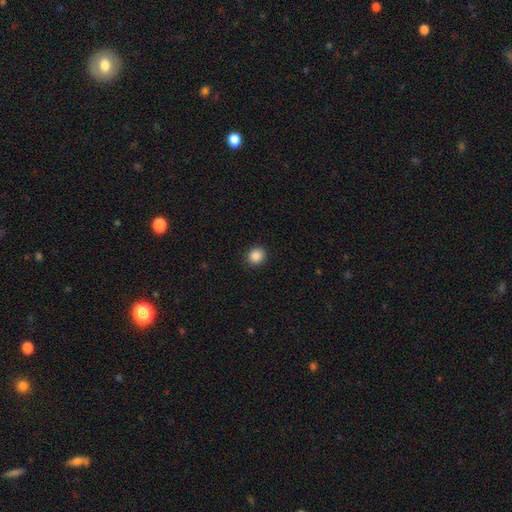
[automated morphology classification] Smooth or featured?
  - smooth: 88% *
  - star or artifact: 9%
  - featured or disk: 3%
How rounded?
  - round: 80% *
  - in between: 20%
  - cigar-shaped: 1%
Merging?
  - none: 90% *
  - minor disturbance: 7%
  - major disturbance: 2%
  - merger: 1%